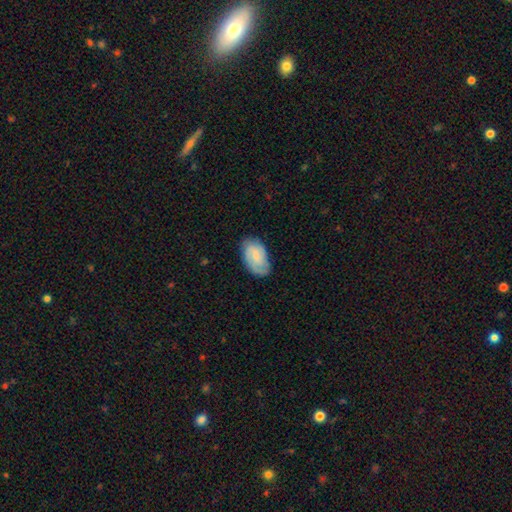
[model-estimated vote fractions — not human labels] Smooth or featured: smooth — 50% (featured or disk — 43%)
How rounded: in between — 92% (round — 7%)
Merging: none — 72% (minor disturbance — 22%)